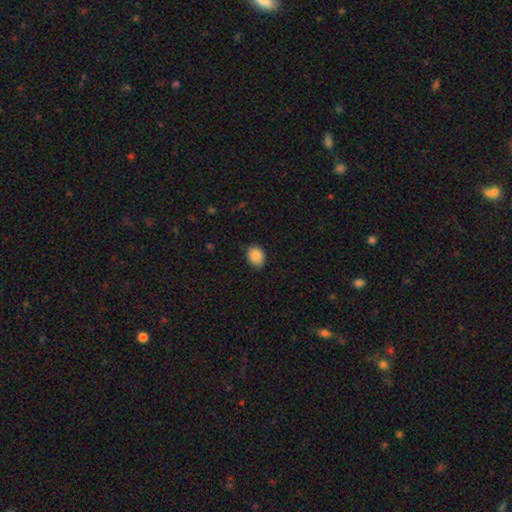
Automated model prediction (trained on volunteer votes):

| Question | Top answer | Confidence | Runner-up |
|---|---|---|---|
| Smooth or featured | smooth | 89% | star or artifact (8%) |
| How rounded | in between | 54% | round (45%) |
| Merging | none | 84% | minor disturbance (13%) |